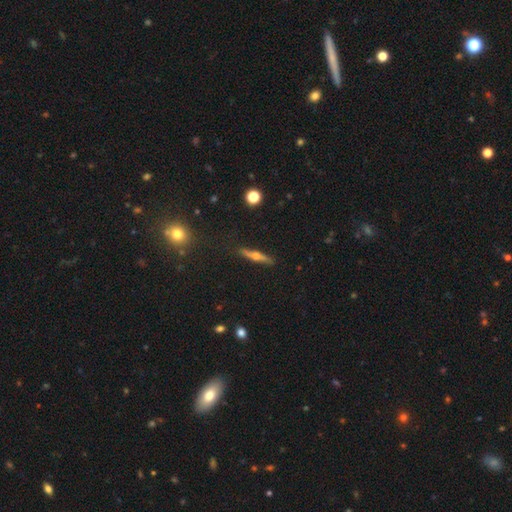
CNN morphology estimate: Smooth or featured? featured or disk (64%)
Edge-on disk? yes (96%)
Edge-on bulge? rounded (91%)
Merging? none (89%)